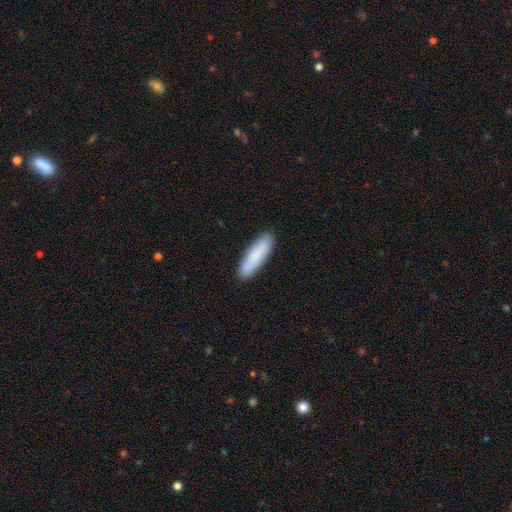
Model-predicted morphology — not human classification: Smooth or featured? Predicted: smooth (p=0.83). How rounded? Predicted: cigar-shaped (p=0.70). Merging? Predicted: none (p=0.88).